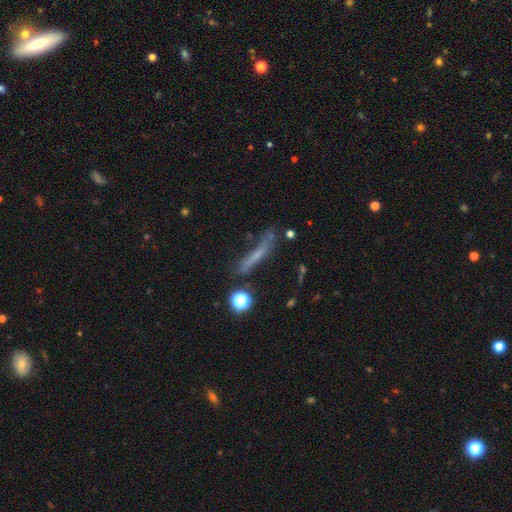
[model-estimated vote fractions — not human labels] Smooth or featured? smooth (50%)
How rounded? cigar-shaped (86%)
Merging? none (58%)